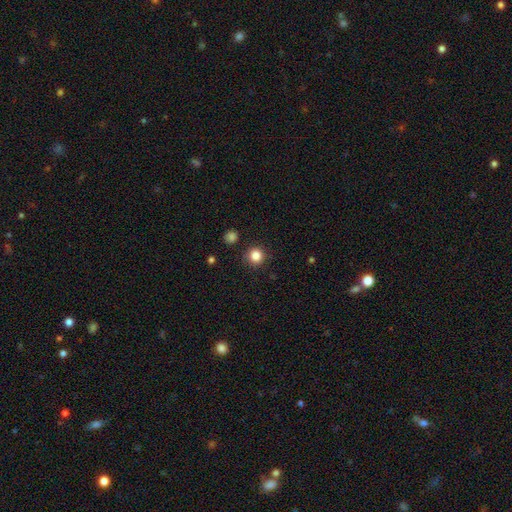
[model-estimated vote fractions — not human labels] Smooth or featured? Predicted: smooth (p=0.84). How rounded? Predicted: round (p=0.95). Merging? Predicted: none (p=0.91).